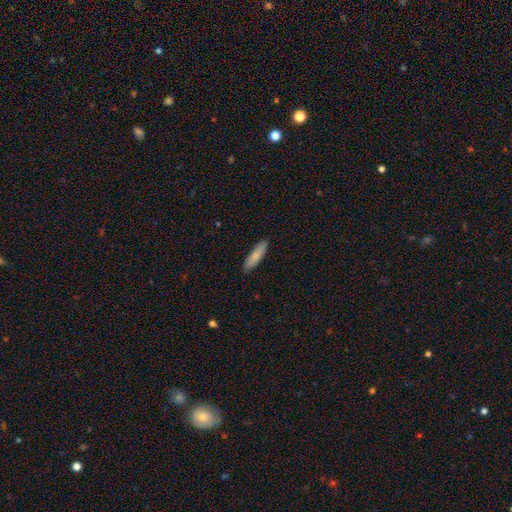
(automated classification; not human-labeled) Morphology: type=smooth (84%); roundness=cigar-shaped (76%); merging=none (88%).